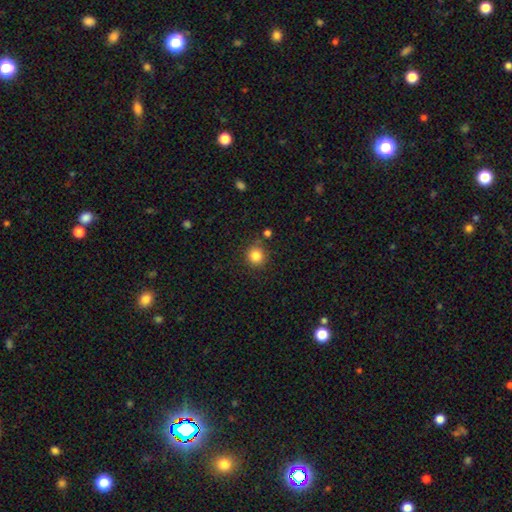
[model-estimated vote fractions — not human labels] A smooth galaxy with no disk features (84%) that is round (91%).

Vote fractions:
- Smooth or featured? smooth: 84% / star or artifact: 11% / featured or disk: 5%
- How rounded? round: 91% / in between: 8% / cigar-shaped: 1%
- Merging? none: 82% / minor disturbance: 10% / merger: 5% / major disturbance: 3%